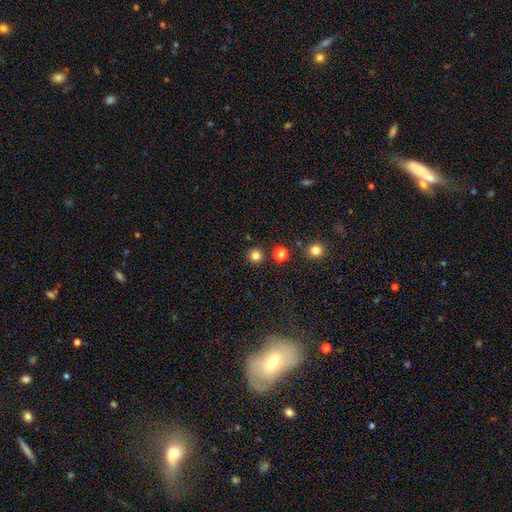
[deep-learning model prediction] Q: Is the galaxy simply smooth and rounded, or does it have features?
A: smooth — 82%.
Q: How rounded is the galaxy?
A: round — 95%.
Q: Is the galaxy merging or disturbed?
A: none — 90%.